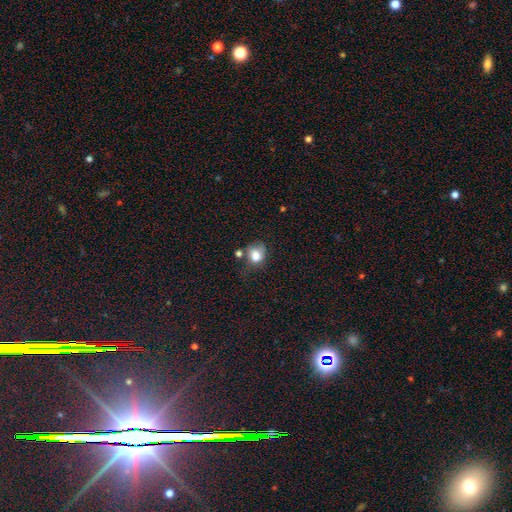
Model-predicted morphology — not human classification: This is likely a smooth galaxy (77%). How rounded: likely round (62%). Merging: marginally none (42%).